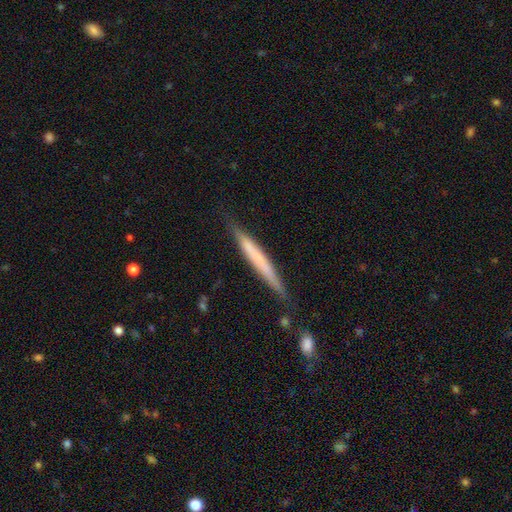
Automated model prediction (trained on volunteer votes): A smooth galaxy with no disk features (51%) that is cigar-shaped (96%). Merging: none (78%).